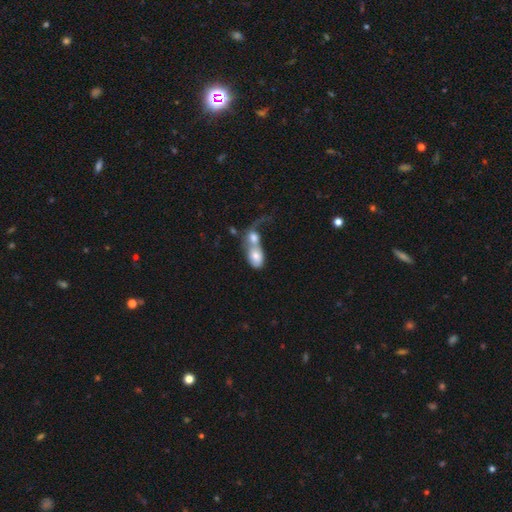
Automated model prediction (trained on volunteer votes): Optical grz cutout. It shows a smooth galaxy with no disk features (70%) that is in between round and cigar-shaped (74%). Merging: merger (79%).